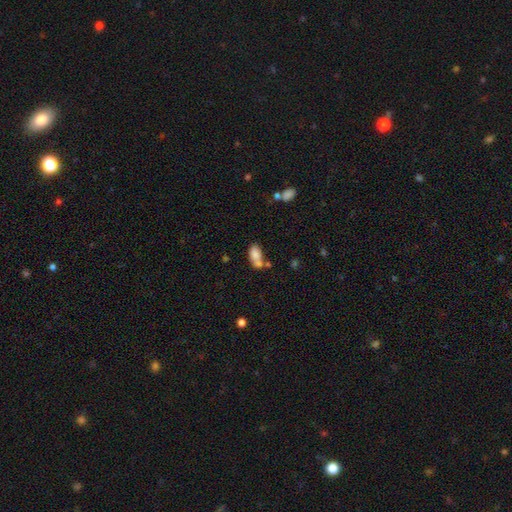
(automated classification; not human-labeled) This appears to be a smooth galaxy with no disk features (78%) that is in between round and cigar-shaped (87%). Merging: merger (41%).